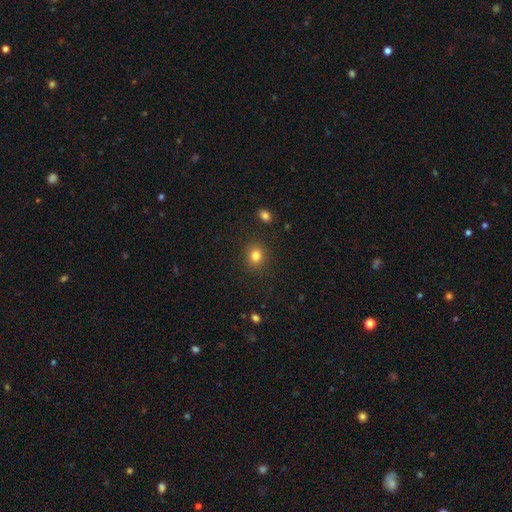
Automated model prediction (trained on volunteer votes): This appears to be a smooth galaxy with no disk features (82%) that is round (80%). Merging: none (88%).